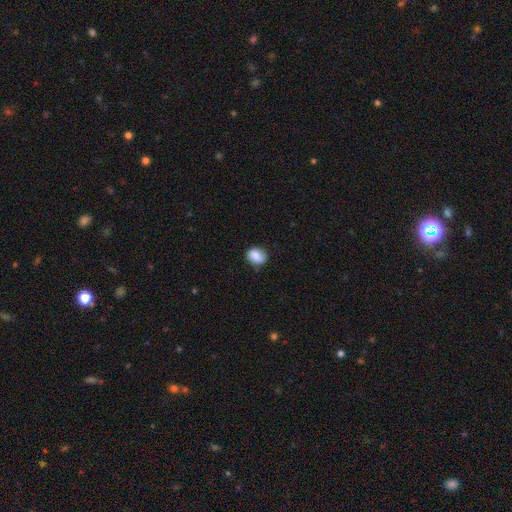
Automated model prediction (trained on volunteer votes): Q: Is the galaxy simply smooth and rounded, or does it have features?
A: smooth — 80%.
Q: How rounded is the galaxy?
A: round — 53%.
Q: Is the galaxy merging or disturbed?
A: none — 73%.